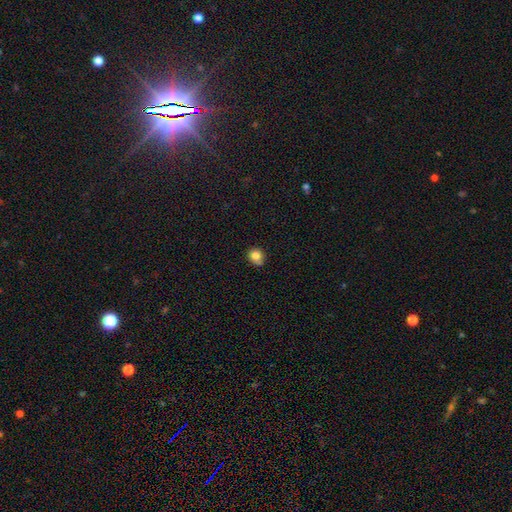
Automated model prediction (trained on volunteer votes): Smooth or featured? Predicted: smooth (p=0.81). How rounded? Predicted: round (p=0.75). Merging? Predicted: none (p=0.69).